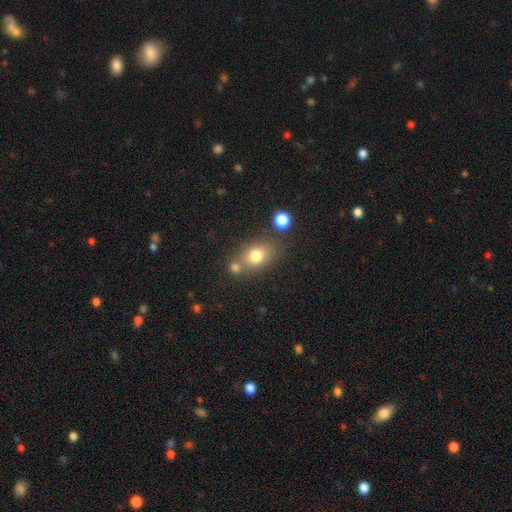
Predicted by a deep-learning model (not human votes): Smooth or featured?
  - smooth: 77% *
  - featured or disk: 12%
  - star or artifact: 11%
How rounded?
  - in between: 60% *
  - round: 38%
  - cigar-shaped: 2%
Merging?
  - none: 57% *
  - merger: 25%
  - minor disturbance: 13%
  - major disturbance: 5%